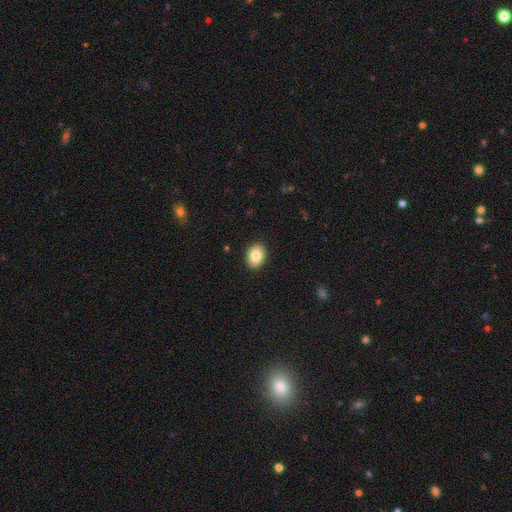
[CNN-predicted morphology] The model was most divided on "how rounded": in between: 70%, round: 30%, cigar-shaped: 1%. More confident: merging — none (91%); smooth or featured — smooth (85%).